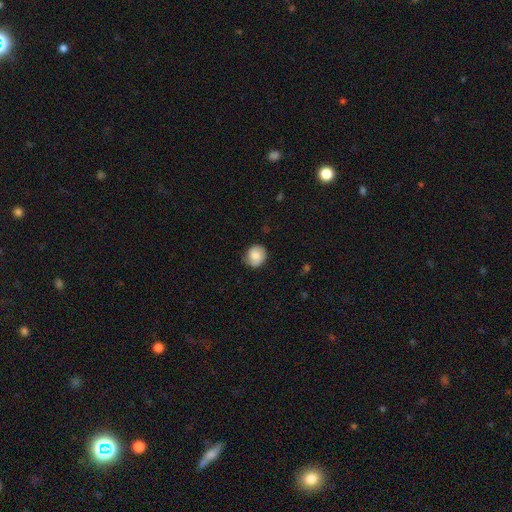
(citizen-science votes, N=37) Smooth or featured? smooth (81%)
How rounded? round (73%)
Merging? none (77%)